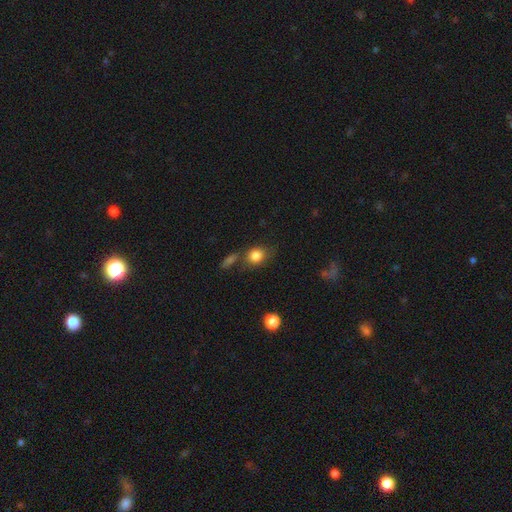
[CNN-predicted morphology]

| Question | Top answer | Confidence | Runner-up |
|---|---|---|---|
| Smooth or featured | smooth | 83% | star or artifact (10%) |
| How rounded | round | 60% | in between (39%) |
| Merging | none | 64% | minor disturbance (16%) |